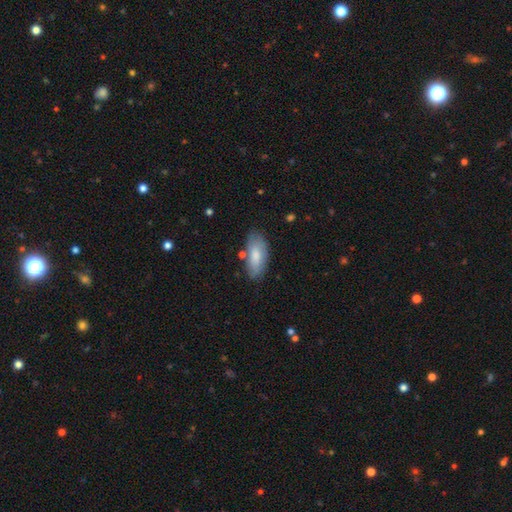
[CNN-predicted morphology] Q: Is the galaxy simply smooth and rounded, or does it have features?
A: smooth — 78%.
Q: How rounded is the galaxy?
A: in between — 85%.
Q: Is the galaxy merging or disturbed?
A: none — 74%.